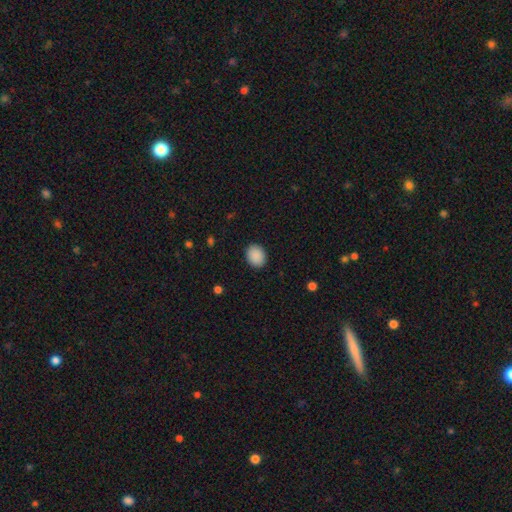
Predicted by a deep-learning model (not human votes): smooth 90%, star or artifact 8%, featured or disk 2%. Down the decision tree: how rounded — round (52%); merging — none (90%).